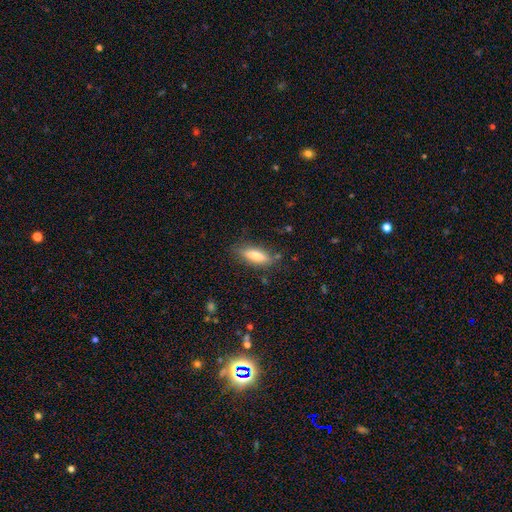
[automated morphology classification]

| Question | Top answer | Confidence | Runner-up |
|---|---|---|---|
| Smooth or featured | smooth | 70% | featured or disk (23%) |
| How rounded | cigar-shaped | 52% | in between (46%) |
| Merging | none | 80% | minor disturbance (14%) |